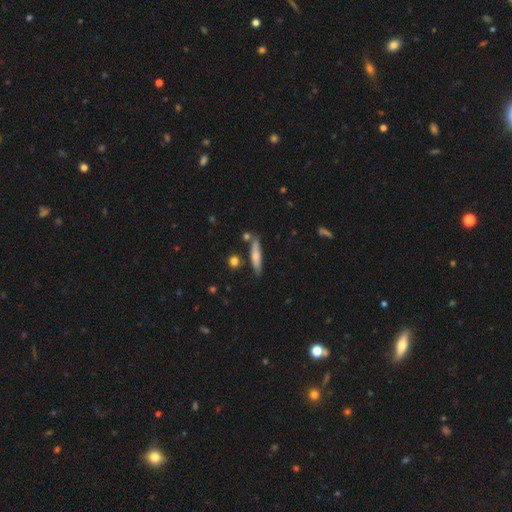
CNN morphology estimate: smooth-or-featured: smooth: 66% | featured or disk: 27% | star or artifact: 7%
  how-rounded: cigar-shaped: 84% | in between: 14% | round: 2%
  merging: none: 76% | minor disturbance: 14% | merger: 7% | major disturbance: 3%